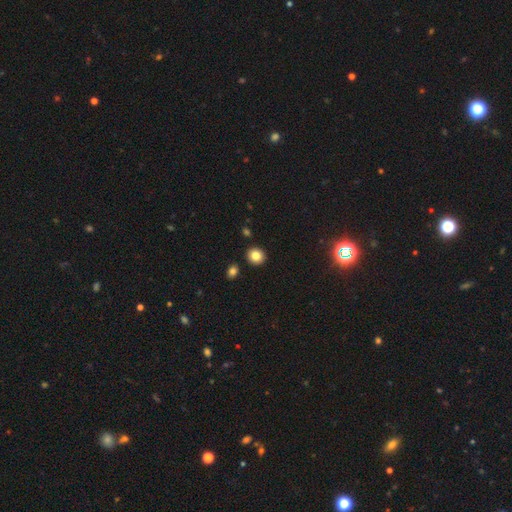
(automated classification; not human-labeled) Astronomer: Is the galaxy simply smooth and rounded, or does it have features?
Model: smooth — 84%.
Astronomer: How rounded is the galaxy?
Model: round — 84%.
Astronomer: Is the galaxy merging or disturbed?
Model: none — 90%.